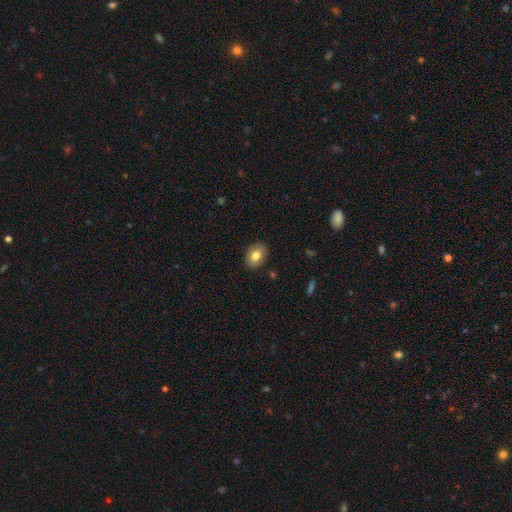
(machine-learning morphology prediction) smooth 81%, featured or disk 11%, star or artifact 8%. Down the decision tree: how rounded — in between (68%); merging — none (88%).